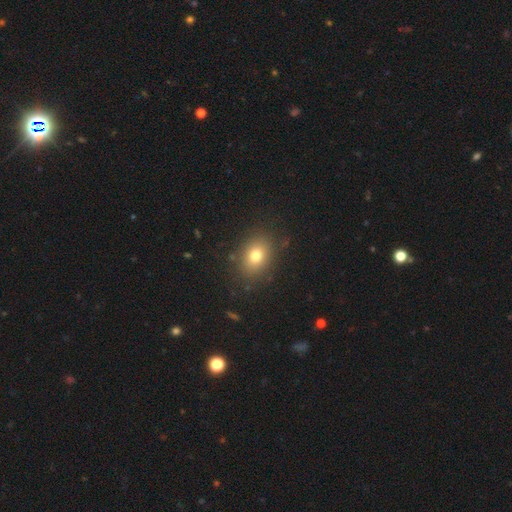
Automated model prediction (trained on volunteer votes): The model was most divided on "how rounded": in between: 64%, round: 35%, cigar-shaped: 1%. More confident: merging — none (84%); smooth or featured — smooth (76%).